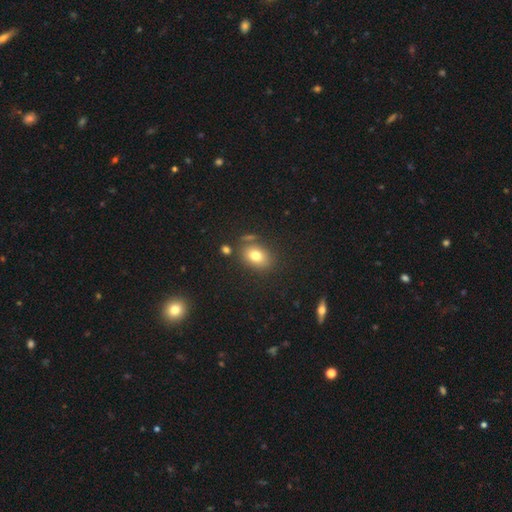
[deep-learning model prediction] A smooth galaxy with no disk features (77%) that is in between round and cigar-shaped (69%). Merging: none (75%).